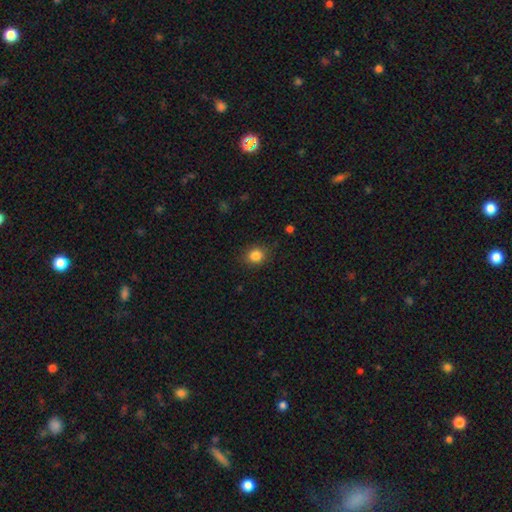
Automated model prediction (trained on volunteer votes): smooth-or-featured: smooth: 85% | star or artifact: 11% | featured or disk: 5%
  how-rounded: round: 74% | in between: 25% | cigar-shaped: 1%
  merging: none: 86% | minor disturbance: 10% | major disturbance: 3% | merger: 1%